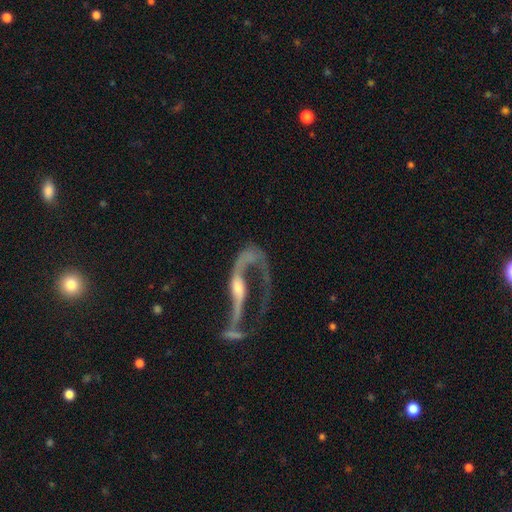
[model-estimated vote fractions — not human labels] Q: Smooth or featured?
A: featured or disk (84%); runner-up: star or artifact (8%)
Q: Edge-on disk?
A: no (78%); runner-up: yes (22%)
Q: Bar?
A: no (39%); runner-up: strong (33%)
Q: Spiral arms?
A: yes (83%); runner-up: no (17%)
Q: Spiral winding?
A: loose (69%); runner-up: medium (23%)
Q: Spiral arm count?
A: 2 (60%); runner-up: 1 (31%)
Q: Bulge size?
A: small (44%); runner-up: moderate (41%)
Q: Merging?
A: major disturbance (44%); runner-up: none (28%)